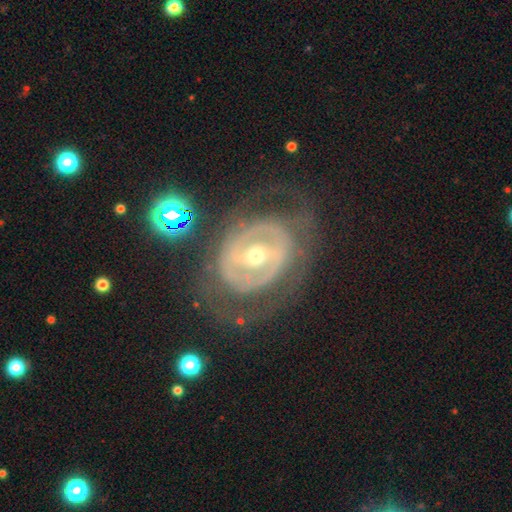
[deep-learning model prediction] Overall: featured or disk (81%). Edge-on disk: no (95%). Bar: strong (40%; weak 35%). Spiral arms: yes (54%; no 46%). Bulge size: moderate (51%; small 45%). Merging: none (65%).